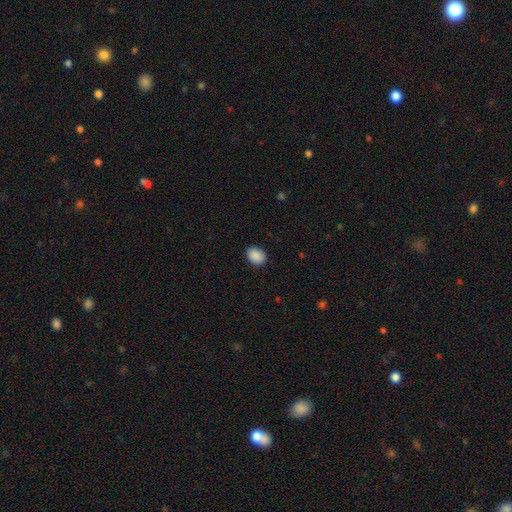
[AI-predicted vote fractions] smooth_or_featured: smooth (p=0.90) [alt: star or artifact p=0.07]
how_rounded: in between (p=0.63) [alt: round p=0.36]
merging: none (p=0.89) [alt: minor disturbance p=0.08]